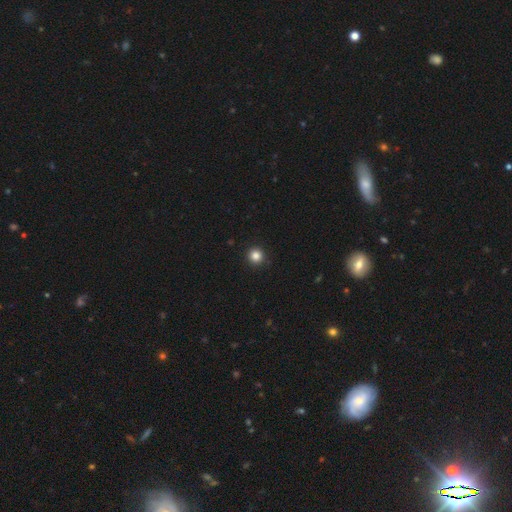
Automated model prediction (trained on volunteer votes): Smooth or featured?
  - smooth: 85% *
  - star or artifact: 12%
  - featured or disk: 4%
How rounded?
  - round: 95% *
  - in between: 4%
  - cigar-shaped: 1%
Merging?
  - none: 93% *
  - minor disturbance: 5%
  - major disturbance: 2%
  - merger: 1%